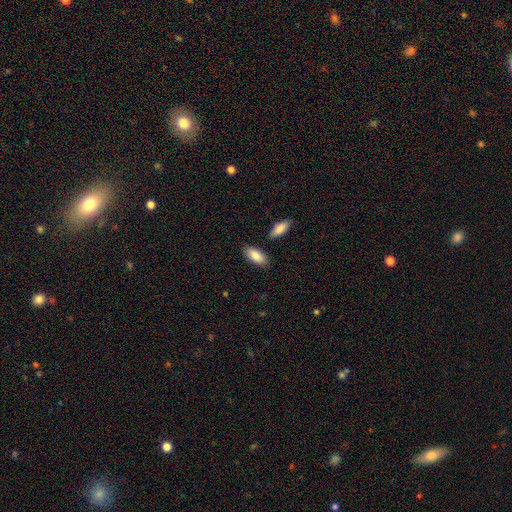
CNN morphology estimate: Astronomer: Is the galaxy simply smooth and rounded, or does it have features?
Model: smooth — 86%.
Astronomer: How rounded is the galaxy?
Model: in between — 88%.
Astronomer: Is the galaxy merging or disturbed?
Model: none — 83%.